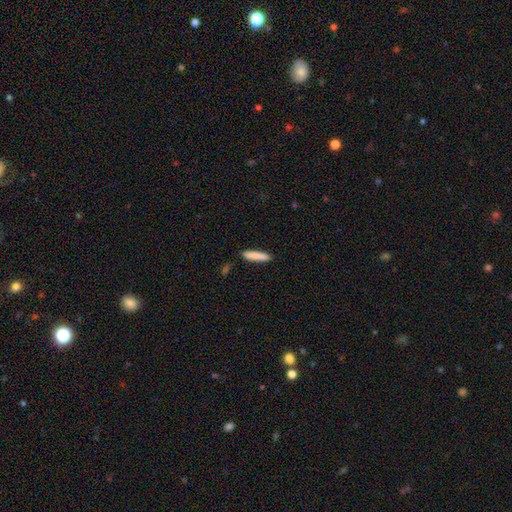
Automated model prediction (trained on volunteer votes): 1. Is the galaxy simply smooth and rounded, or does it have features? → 86% smooth, 8% featured or disk, 6% star or artifact.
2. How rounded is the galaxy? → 86% cigar-shaped, 13% in between, 1% round.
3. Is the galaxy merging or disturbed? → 89% none, 8% minor disturbance, 2% major disturbance, 2% merger.